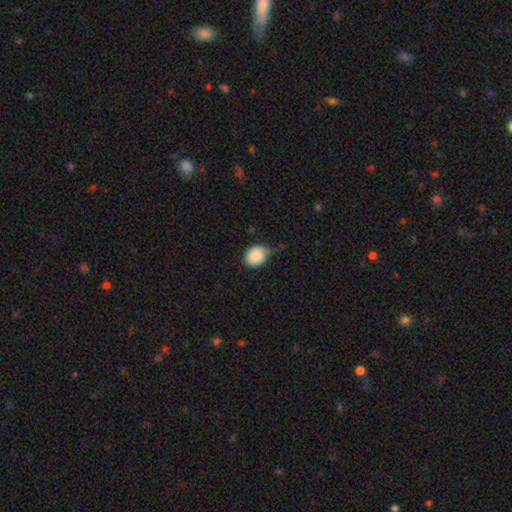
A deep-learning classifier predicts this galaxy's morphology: This appears to be a smooth galaxy with no disk features (87%) that is round (60%). Merging: none (47%).